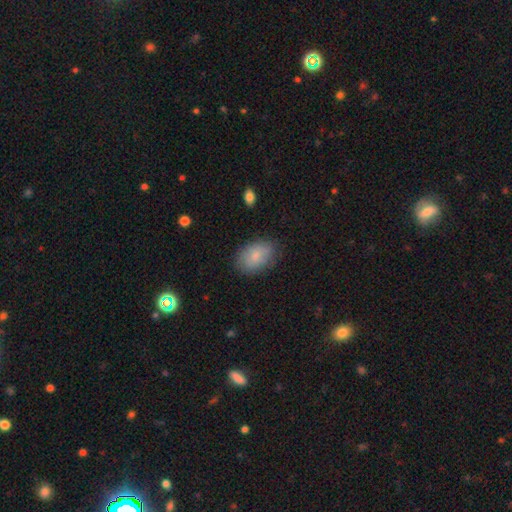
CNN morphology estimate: smooth-or-featured: smooth: 81% | featured or disk: 12% | star or artifact: 7%
  how-rounded: in between: 88% | round: 11% | cigar-shaped: 1%
  merging: none: 80% | minor disturbance: 15% | major disturbance: 4% | merger: 1%